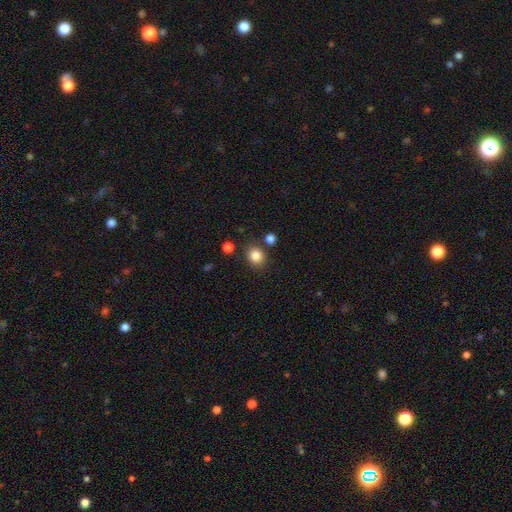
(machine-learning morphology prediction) Smooth or featured: smooth — 85% (star or artifact — 10%)
How rounded: round — 73% (in between — 26%)
Merging: none — 80% (minor disturbance — 10%)